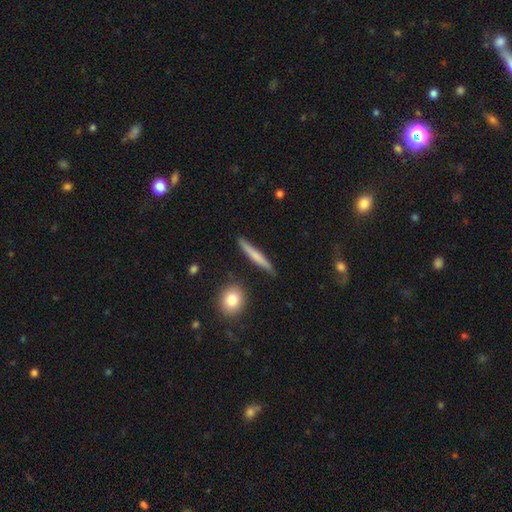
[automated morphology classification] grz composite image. It shows a smooth galaxy with no disk features (58%) that is cigar-shaped (92%). Merging: none (88%).